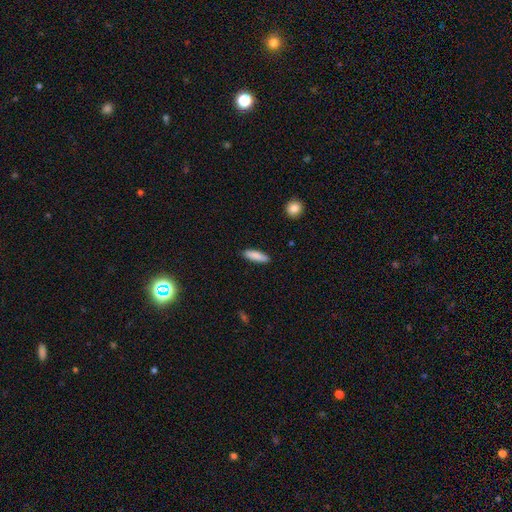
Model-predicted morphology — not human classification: This is clearly a smooth galaxy (87%). How rounded: possibly cigar-shaped (59%). Merging: clearly none (89%).